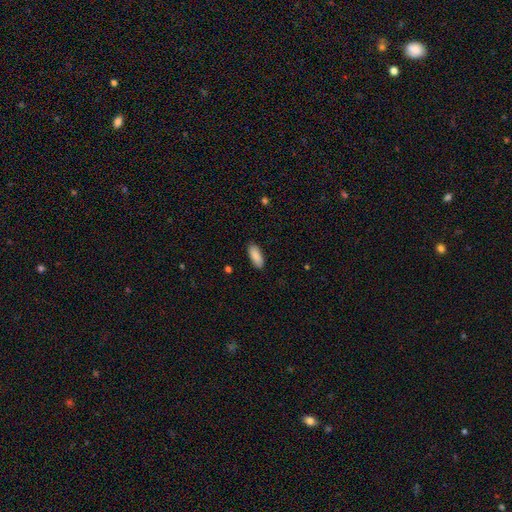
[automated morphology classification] A smooth galaxy with no disk features (90%) that is in between round and cigar-shaped (83%). Merging: none (88%).